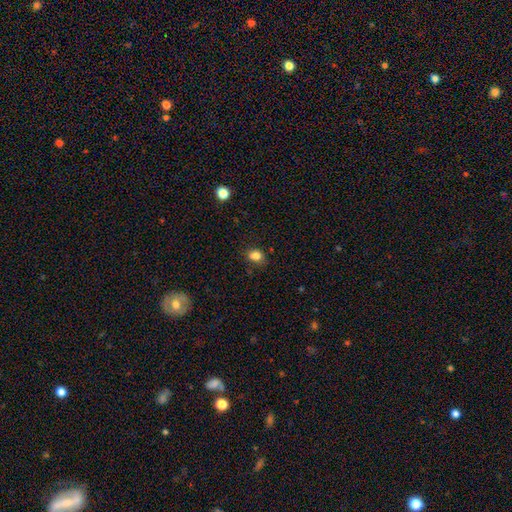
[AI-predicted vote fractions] Q: Smooth or featured?
A: smooth (83%); runner-up: star or artifact (12%)
Q: How rounded?
A: in between (54%); runner-up: round (45%)
Q: Merging?
A: none (70%); runner-up: minor disturbance (20%)